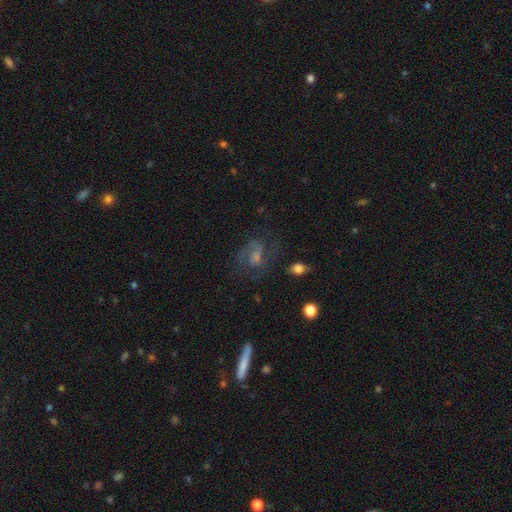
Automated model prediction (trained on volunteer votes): featured or disk 72%, smooth 14%, star or artifact 14%. Down the decision tree: edge-on disk — no (96%); bar — weak (50%); spiral arms — yes (93%); spiral arm count — 2 (84%); spiral winding — medium (54%); bulge size — moderate (38%); merging — none (71%).